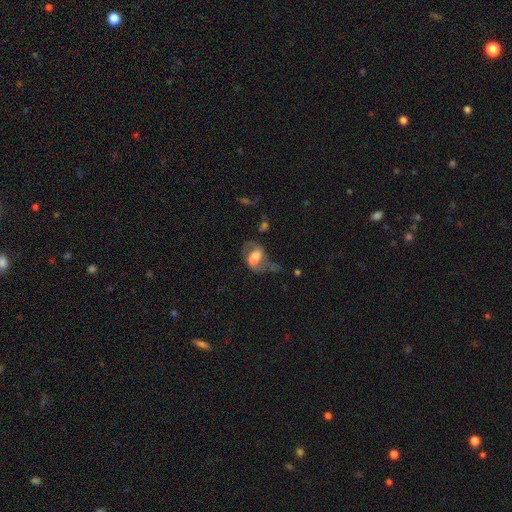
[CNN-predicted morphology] This is possibly a featured or disk galaxy (57%). It is clearly not viewed edge-on (95%). Bar: marginally weak (38%). Spiral arm pattern: likely yes (72%). Central bulge: marginally large (42%). Merging: marginally major disturbance (39%).